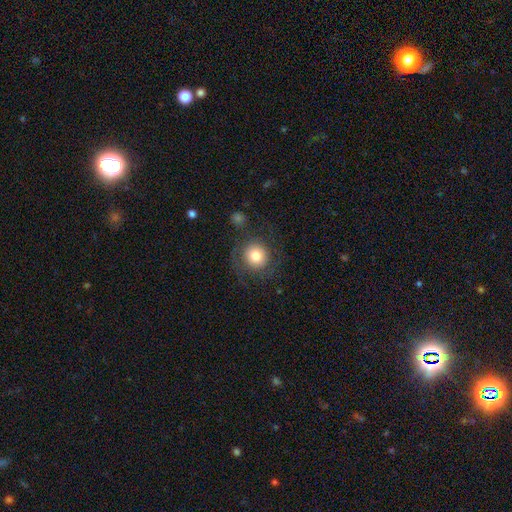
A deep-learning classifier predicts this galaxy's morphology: smooth 76%, featured or disk 15%, star or artifact 9%. Down the decision tree: how rounded — round (92%); merging — none (74%).